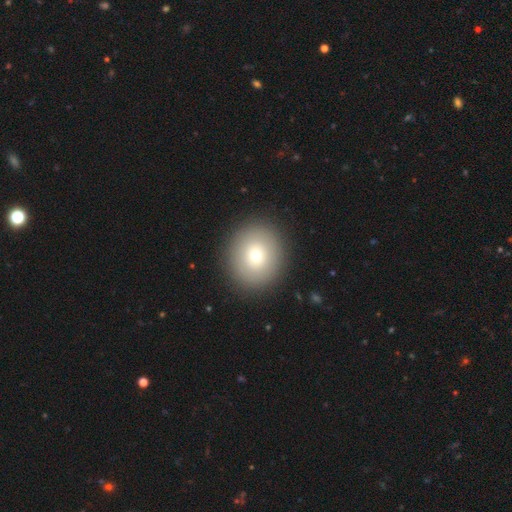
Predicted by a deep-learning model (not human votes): This appears to be a smooth galaxy with no disk features (71%) that is round (83%). Merging: none (90%).